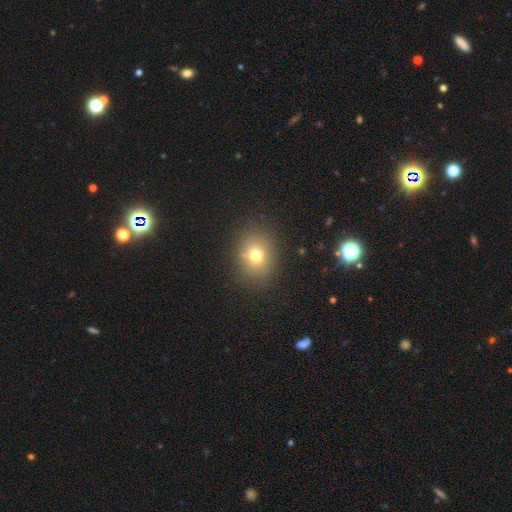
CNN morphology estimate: A smooth galaxy with no disk features (72%) that is round (57%). Merging: none (84%).